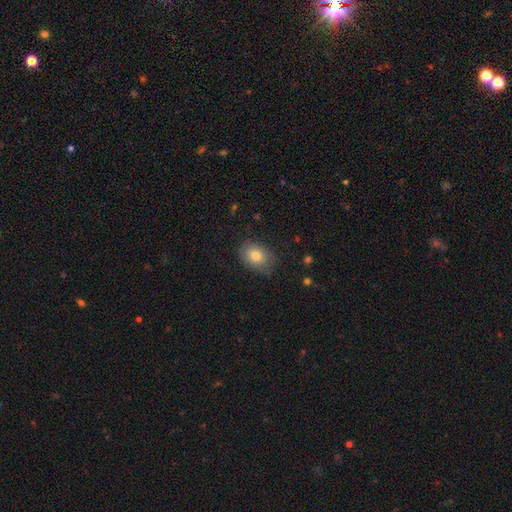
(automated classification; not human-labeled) A smooth galaxy with no disk features (78%) that is in between round and cigar-shaped (70%). Merging: none (73%).